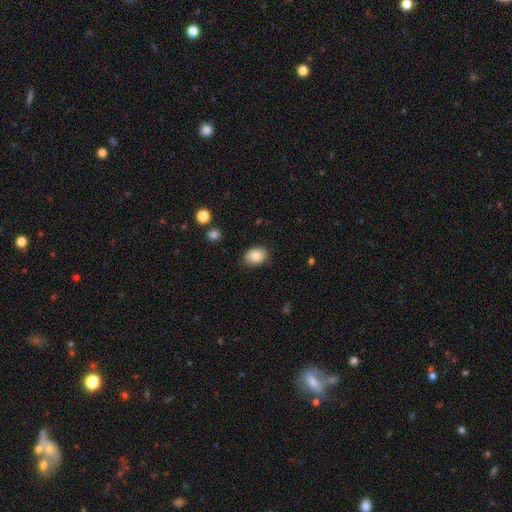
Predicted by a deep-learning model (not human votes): smooth-or-featured: smooth: 84% | star or artifact: 8% | featured or disk: 8%
  how-rounded: in between: 69% | round: 30% | cigar-shaped: 1%
  merging: none: 85% | minor disturbance: 11% | major disturbance: 2% | merger: 1%